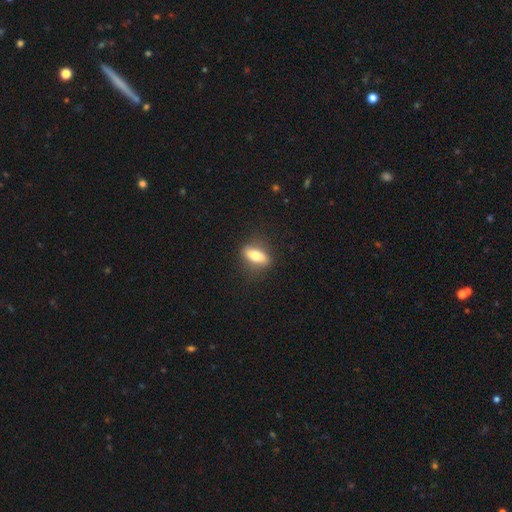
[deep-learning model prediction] A smooth galaxy with no disk features (68%) that is in between round and cigar-shaped (69%).

Vote fractions:
- Smooth or featured? smooth: 68% / featured or disk: 25% / star or artifact: 7%
- How rounded? in between: 69% / cigar-shaped: 25% / round: 6%
- Merging? none: 80% / minor disturbance: 14% / major disturbance: 5% / merger: 1%